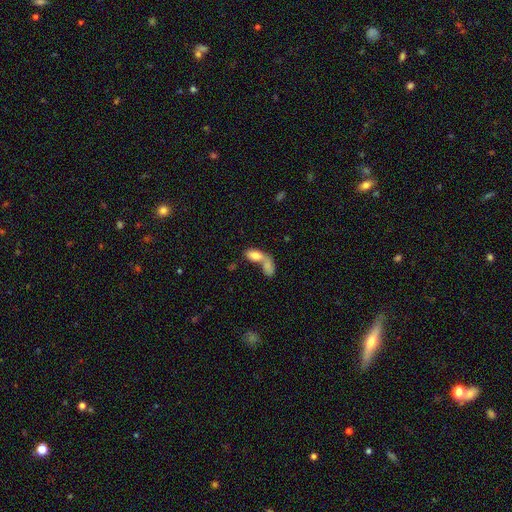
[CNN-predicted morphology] Smooth or featured?
  - smooth: 77% *
  - featured or disk: 15%
  - star or artifact: 8%
How rounded?
  - in between: 87% *
  - cigar-shaped: 8%
  - round: 5%
Merging?
  - merger: 67% *
  - none: 21%
  - minor disturbance: 7%
  - major disturbance: 5%